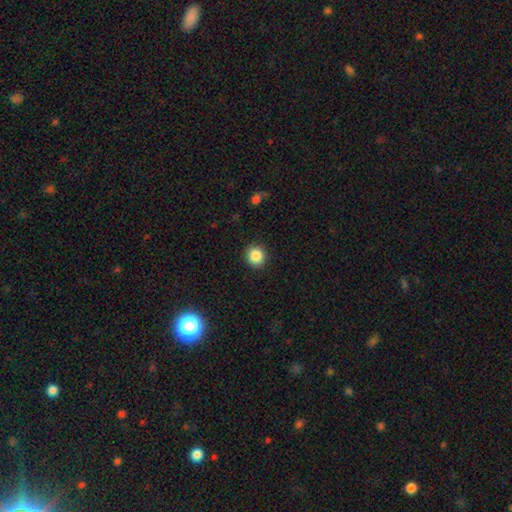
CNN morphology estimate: This appears to be a smooth galaxy with no disk features (86%) that is round (90%). Merging: none (91%).